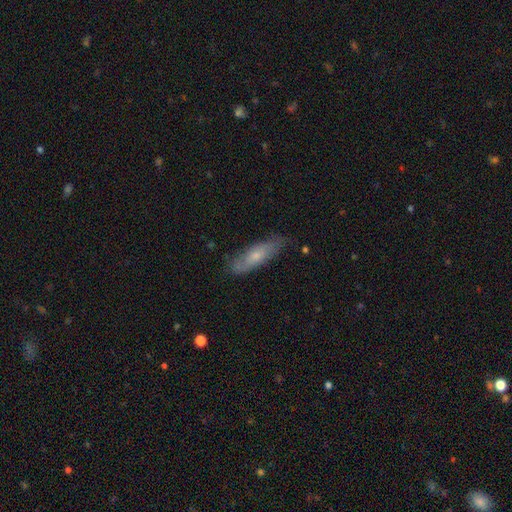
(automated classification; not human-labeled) smooth_or_featured: smooth (p=0.57) [alt: featured or disk p=0.37]
how_rounded: cigar-shaped (p=0.57) [alt: in between p=0.41]
merging: none (p=0.75) [alt: minor disturbance p=0.19]